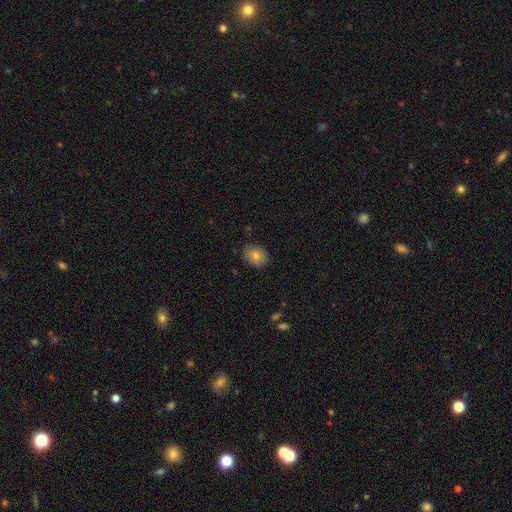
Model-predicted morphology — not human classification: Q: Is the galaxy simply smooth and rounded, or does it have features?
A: smooth — 79%.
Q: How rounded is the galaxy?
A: in between — 52%.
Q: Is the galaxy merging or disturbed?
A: none — 83%.